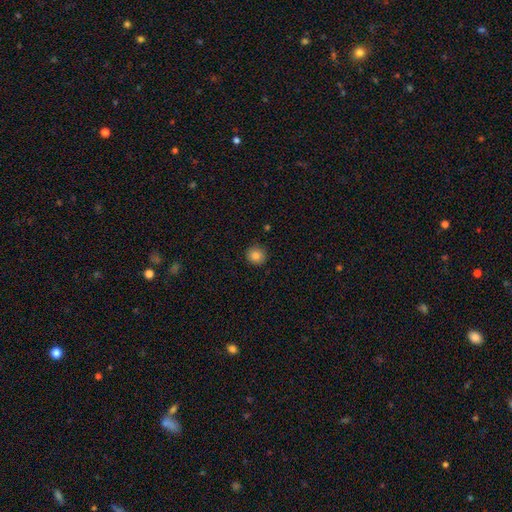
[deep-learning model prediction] smooth_or_featured: smooth (p=0.84) [alt: star or artifact p=0.11]
how_rounded: round (p=0.92) [alt: in between p=0.07]
merging: none (p=0.90) [alt: minor disturbance p=0.07]